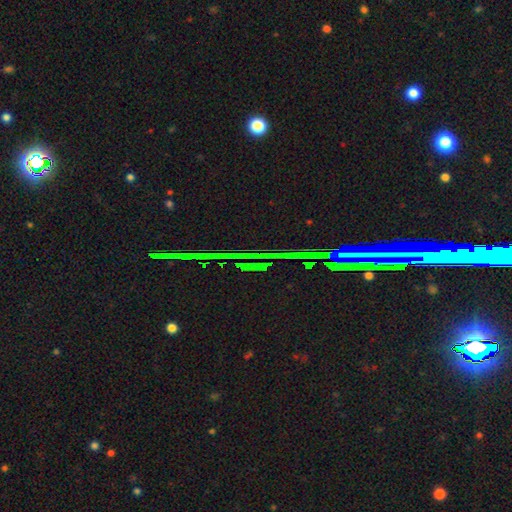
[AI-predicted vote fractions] This is clearly a star or artifact rather than a galaxy (81%).